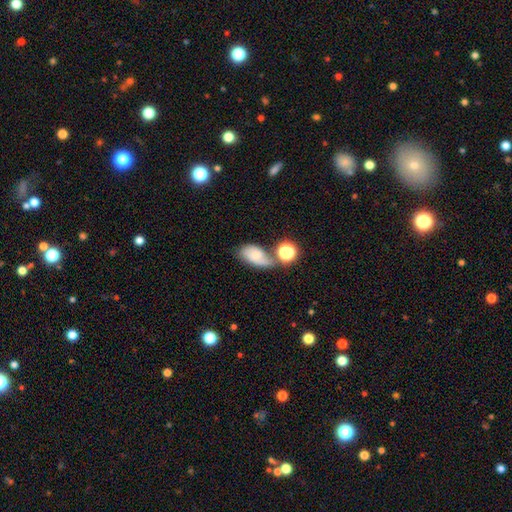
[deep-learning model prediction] Overall: smooth (57%; featured or disk 31%). How rounded: in between (86%). Merging: none (35%; merger 28%).